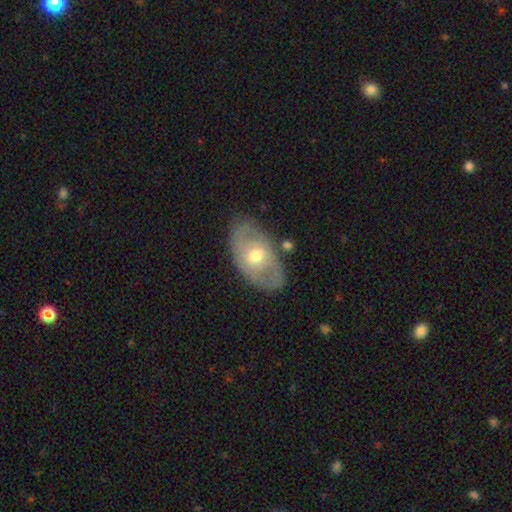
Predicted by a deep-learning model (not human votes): Morphology: type=featured or disk (57%); edge-on=no (90%); bar=no (61%); spiral arms=no (50%, tied with yes); bulge=moderate (72%); merging=none (73%).